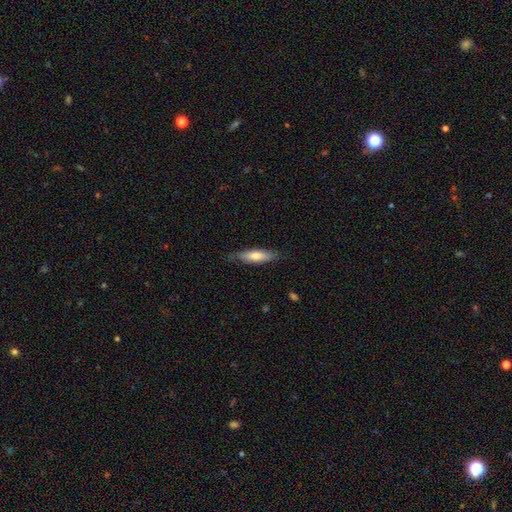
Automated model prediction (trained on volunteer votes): The model was most divided on "how rounded": cigar-shaped: 67%, in between: 32%, round: 2%. More confident: merging — none (79%); smooth or featured — smooth (65%).